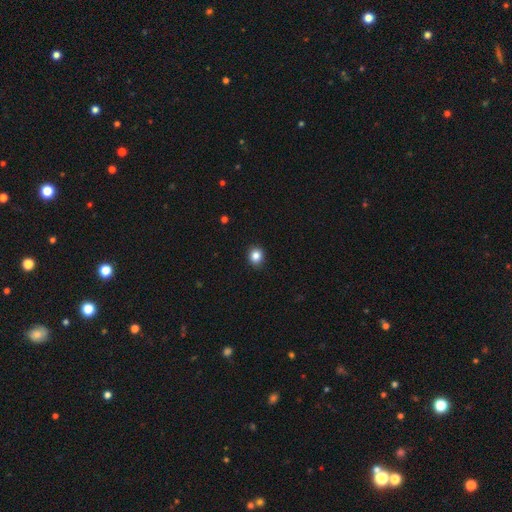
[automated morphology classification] Smooth or featured?
  - smooth: 85% *
  - star or artifact: 11%
  - featured or disk: 5%
How rounded?
  - round: 77% *
  - in between: 22%
  - cigar-shaped: 1%
Merging?
  - none: 91% *
  - minor disturbance: 6%
  - major disturbance: 2%
  - merger: 1%